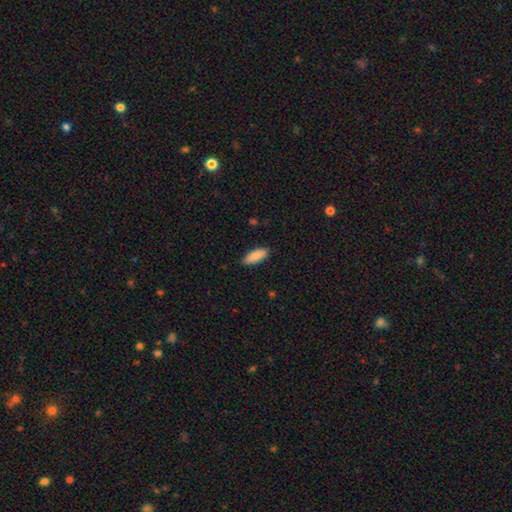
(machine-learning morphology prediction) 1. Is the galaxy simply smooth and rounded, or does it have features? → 87% smooth, 7% featured or disk, 6% star or artifact.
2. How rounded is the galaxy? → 74% in between, 24% cigar-shaped, 2% round.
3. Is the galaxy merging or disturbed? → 87% none, 10% minor disturbance, 2% major disturbance, 1% merger.